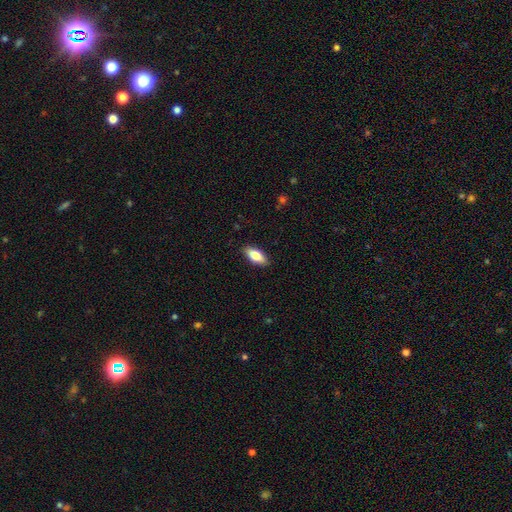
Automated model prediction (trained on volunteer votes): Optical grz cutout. It shows a smooth galaxy with no disk features (76%) that is in between round and cigar-shaped (80%). Merging: none (88%).